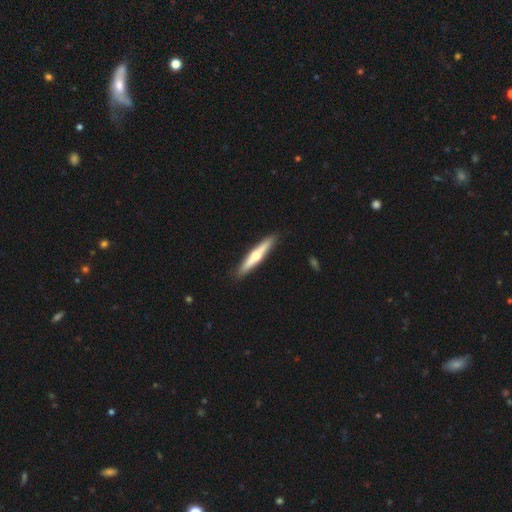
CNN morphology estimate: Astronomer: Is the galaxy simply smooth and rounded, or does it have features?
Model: featured or disk — 56% (runner-up: smooth, 39%).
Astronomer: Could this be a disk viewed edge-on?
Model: yes — 96%.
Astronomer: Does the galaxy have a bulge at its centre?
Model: rounded — 89%.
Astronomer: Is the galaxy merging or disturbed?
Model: none — 91%.